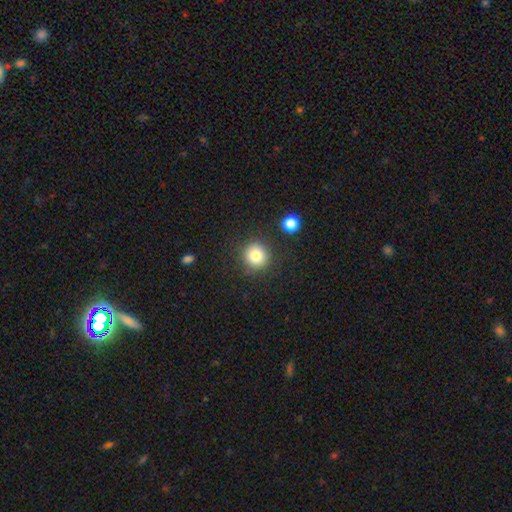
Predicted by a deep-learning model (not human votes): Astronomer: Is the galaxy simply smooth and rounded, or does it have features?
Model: smooth — 81%.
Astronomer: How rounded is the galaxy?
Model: round — 92%.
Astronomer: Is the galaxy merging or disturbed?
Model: none — 87%.